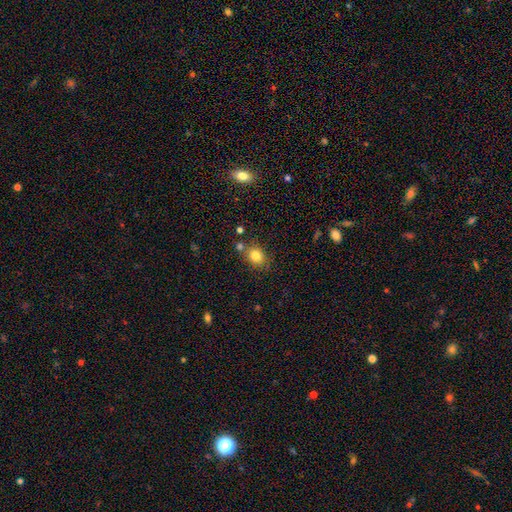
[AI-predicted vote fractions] This is clearly a smooth galaxy (81%). How rounded: possibly round (51%). Merging: likely none (71%).